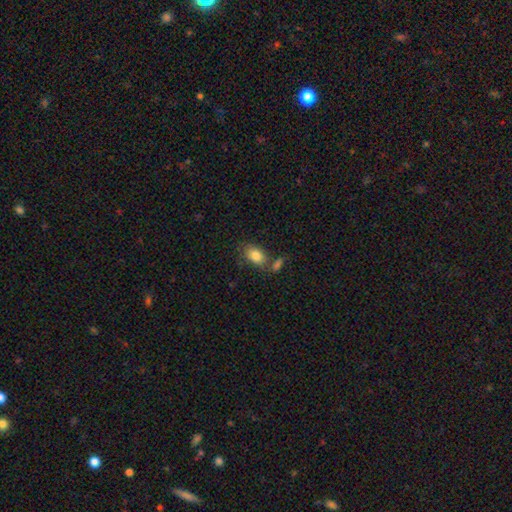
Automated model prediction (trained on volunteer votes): The model was most divided on "merging": none: 60%, merger: 19%, minor disturbance: 15%, major disturbance: 5%. More confident: how rounded — in between (86%); smooth or featured — smooth (83%).